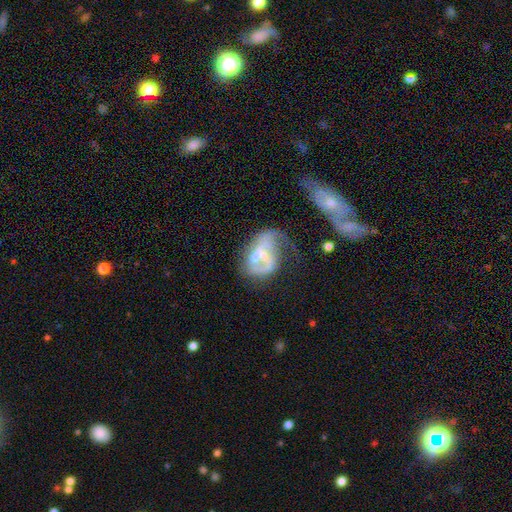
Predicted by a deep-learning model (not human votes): featured or disk 70%, smooth 22%, star or artifact 8%. Down the decision tree: edge-on disk — no (97%); bar — no (43%); spiral arms — yes (63%); bulge size — small (53%); merging — major disturbance (45%).